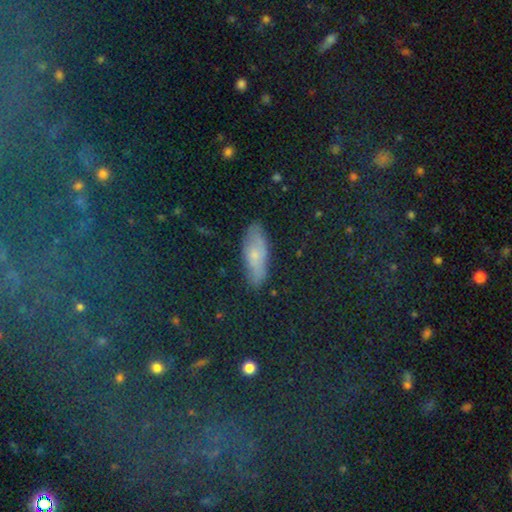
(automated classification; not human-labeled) The model was most divided on "smooth or featured": smooth: 55%, star or artifact: 24%, featured or disk: 21%. More confident: merging — none (79%); how rounded — in between (67%).